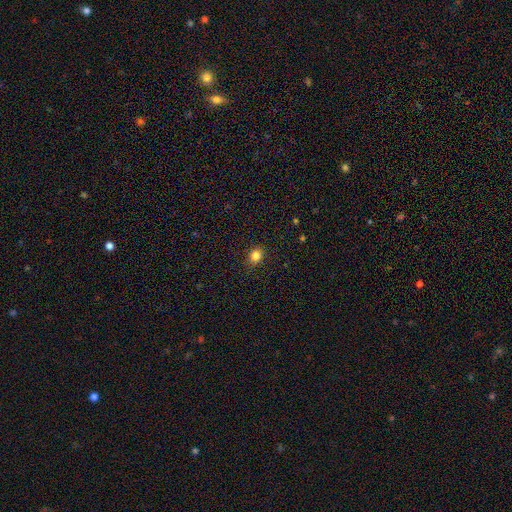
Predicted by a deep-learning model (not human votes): Smooth or featured? smooth (84%)
How rounded? round (71%)
Merging? none (87%)